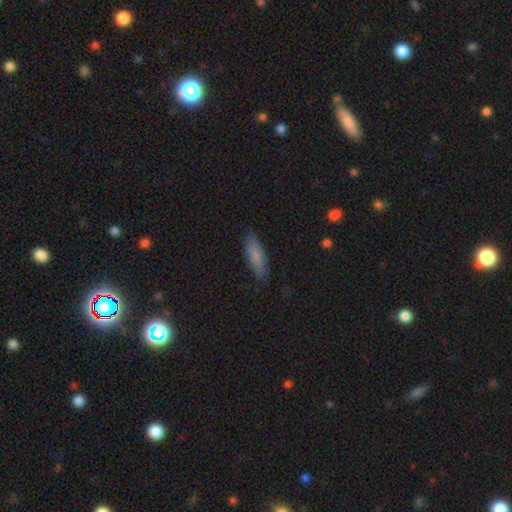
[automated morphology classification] This appears to be a smooth galaxy with no disk features (82%) that is cigar-shaped (55%). Merging: none (85%).